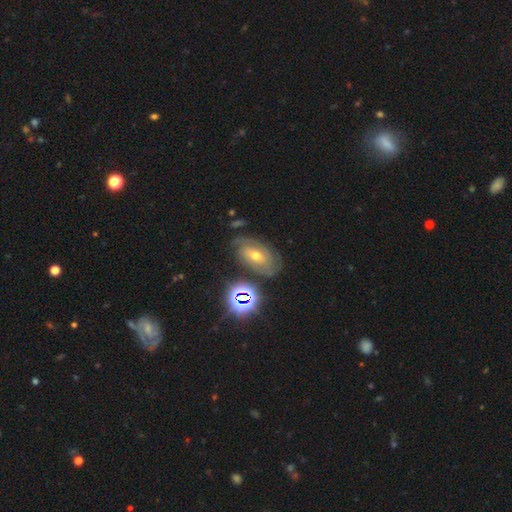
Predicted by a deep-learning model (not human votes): Morphology: type=featured or disk (57%); edge-on=no (93%); bar=no (59%); spiral arms=yes (82%); bulge=moderate (56%); merging=none (71%).